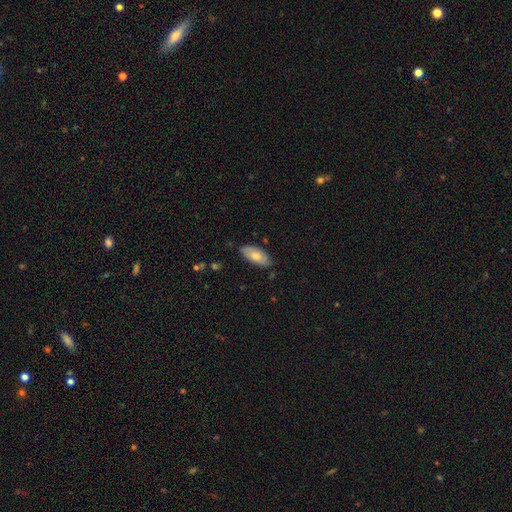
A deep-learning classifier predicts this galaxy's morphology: type=smooth (73%); roundness=in between (89%); merging=none (79%).